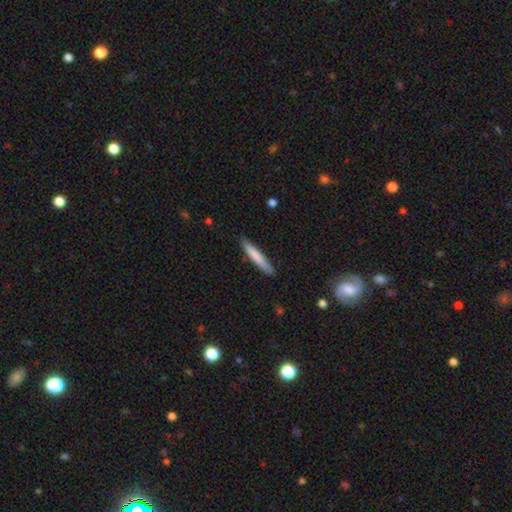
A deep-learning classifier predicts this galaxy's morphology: Smooth or featured: smooth — 77% (featured or disk — 18%)
How rounded: cigar-shaped — 92% (in between — 7%)
Merging: none — 87% (minor disturbance — 10%)